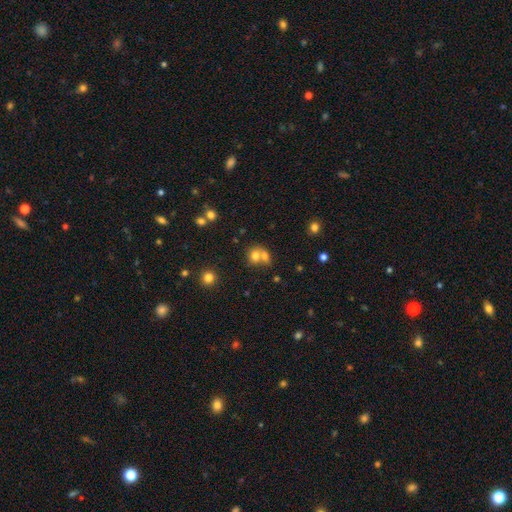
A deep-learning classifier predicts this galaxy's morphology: A smooth galaxy with no disk features (72%) that is round (71%).

Vote fractions:
- Smooth or featured? smooth: 72% / featured or disk: 16% / star or artifact: 13%
- How rounded? round: 71% / in between: 28% / cigar-shaped: 1%
- Merging? merger: 57% / none: 33% / minor disturbance: 7% / major disturbance: 3%